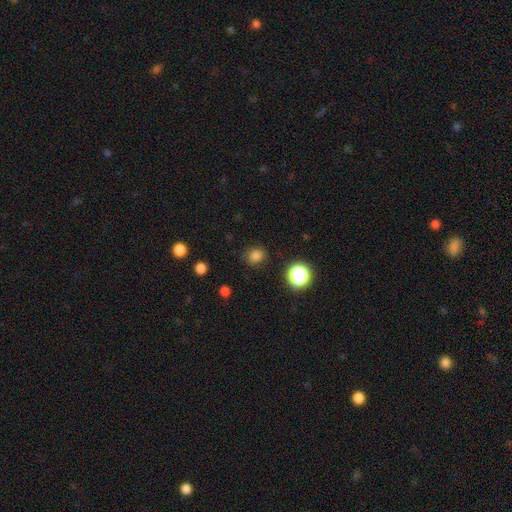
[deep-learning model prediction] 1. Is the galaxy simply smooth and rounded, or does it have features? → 79% smooth, 16% star or artifact, 4% featured or disk.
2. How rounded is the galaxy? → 73% round, 26% in between, 1% cigar-shaped.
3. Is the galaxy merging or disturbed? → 83% none, 12% minor disturbance, 4% major disturbance, 2% merger.